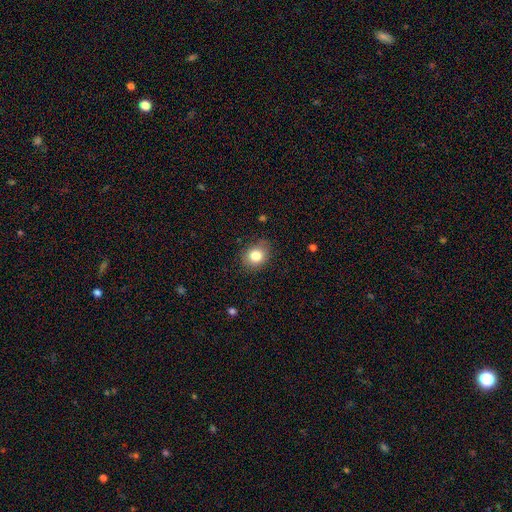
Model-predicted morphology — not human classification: Smooth or featured?
  - smooth: 82% *
  - star or artifact: 10%
  - featured or disk: 9%
How rounded?
  - round: 54% *
  - in between: 45%
  - cigar-shaped: 1%
Merging?
  - none: 82% *
  - minor disturbance: 14%
  - major disturbance: 3%
  - merger: 1%